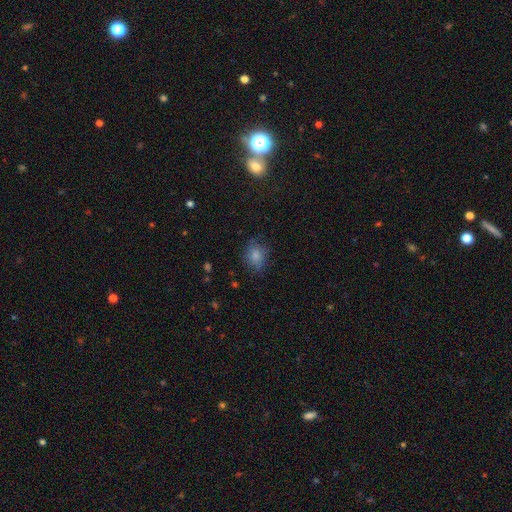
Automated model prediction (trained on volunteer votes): Smooth or featured: smooth — 78% (star or artifact — 11%)
How rounded: round — 59% (in between — 40%)
Merging: none — 71% (minor disturbance — 21%)